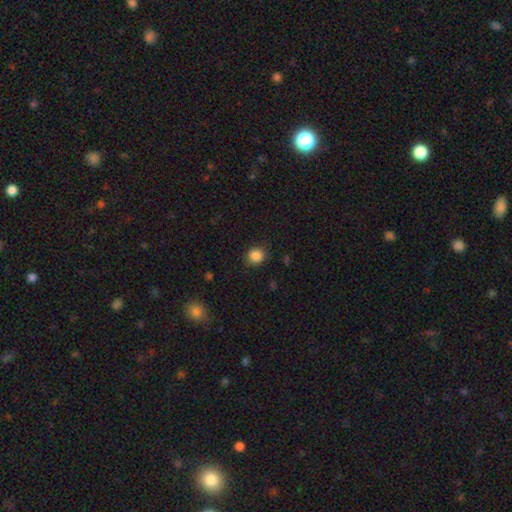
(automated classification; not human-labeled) A smooth galaxy with no disk features (86%) that is round (82%). Merging: none (85%).